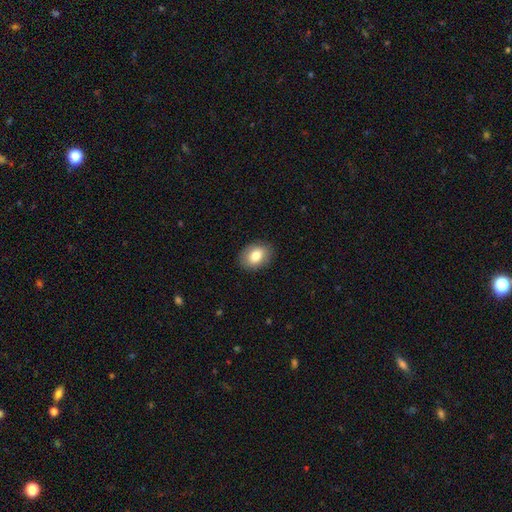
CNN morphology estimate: Q: Smooth or featured?
A: smooth (80%); runner-up: featured or disk (12%)
Q: How rounded?
A: in between (71%); runner-up: round (28%)
Q: Merging?
A: none (87%); runner-up: minor disturbance (9%)